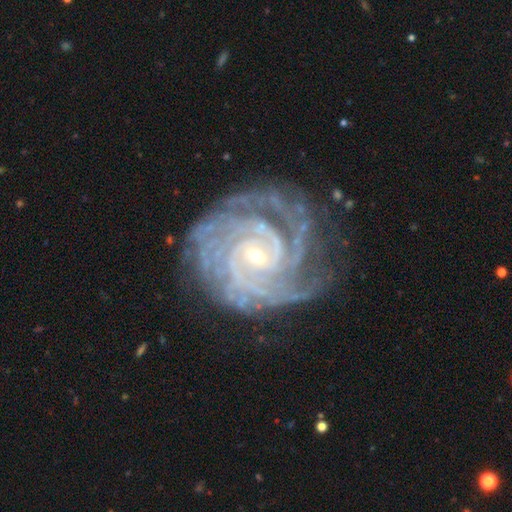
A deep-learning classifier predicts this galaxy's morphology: The model was most divided on "spiral arm count": 4: 21%, can't tell: 20%, 3: 19%, 2: 17%, more than 4: 15%, 1: 8%. More confident: spiral arms — yes (98%); edge-on disk — no (98%); smooth or featured — featured or disk (92%); spiral winding — tight (79%); bulge size — small (77%); merging — none (73%); bar — no (56%).